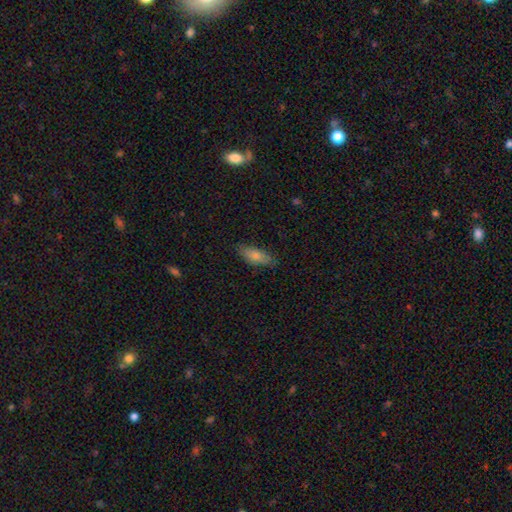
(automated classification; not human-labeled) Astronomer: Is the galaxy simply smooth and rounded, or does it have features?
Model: smooth — 80%.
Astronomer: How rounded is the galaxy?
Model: in between — 77%.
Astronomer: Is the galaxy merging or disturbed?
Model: none — 80%.